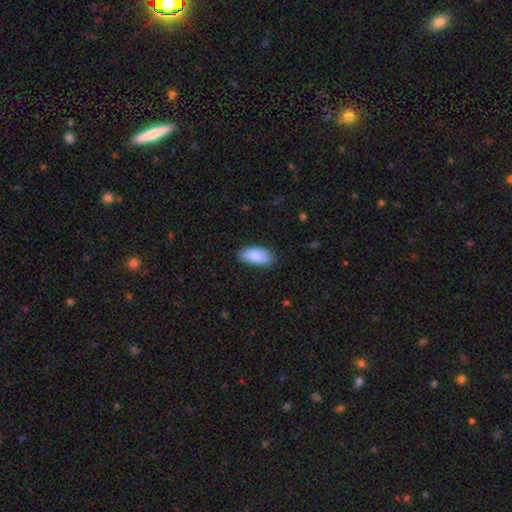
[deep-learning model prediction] Smooth or featured?
  - smooth: 88% *
  - featured or disk: 6%
  - star or artifact: 6%
How rounded?
  - in between: 91% *
  - cigar-shaped: 7%
  - round: 2%
Merging?
  - none: 76% *
  - minor disturbance: 20%
  - major disturbance: 3%
  - merger: 1%